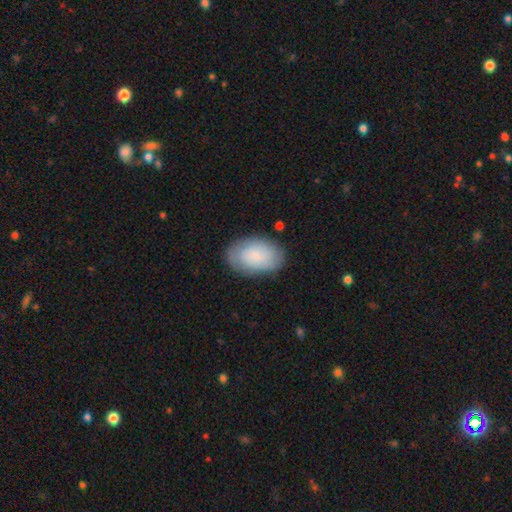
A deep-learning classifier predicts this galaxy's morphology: Smooth or featured?
  - smooth: 72% *
  - featured or disk: 21%
  - star or artifact: 7%
How rounded?
  - in between: 91% *
  - round: 8%
  - cigar-shaped: 1%
Merging?
  - none: 80% *
  - minor disturbance: 15%
  - major disturbance: 4%
  - merger: 1%